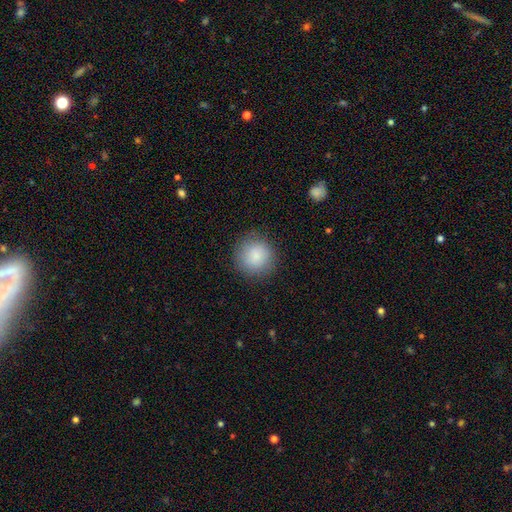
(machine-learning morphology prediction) smooth-or-featured: smooth: 86% | star or artifact: 8% | featured or disk: 6%
  how-rounded: round: 94% | in between: 5% | cigar-shaped: 1%
  merging: none: 87% | minor disturbance: 9% | major disturbance: 3% | merger: 1%